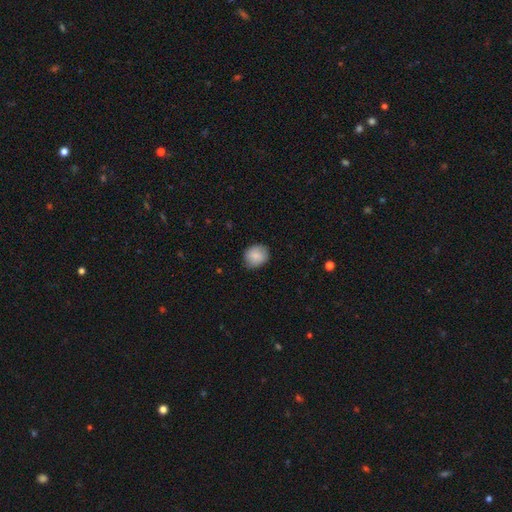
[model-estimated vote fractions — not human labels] Smooth or featured: smooth — 84% (featured or disk — 8%)
How rounded: round — 70% (in between — 29%)
Merging: none — 83% (minor disturbance — 14%)